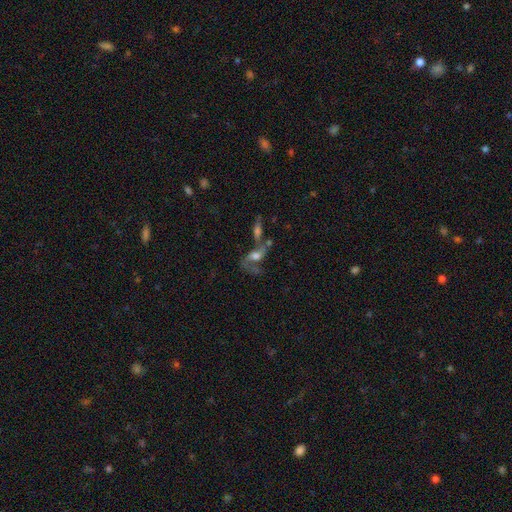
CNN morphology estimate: type=featured or disk (60%); edge-on=no (88%); bar=no (63%); spiral arms=yes (74%); bulge=moderate (48%); merging=merger (49%).